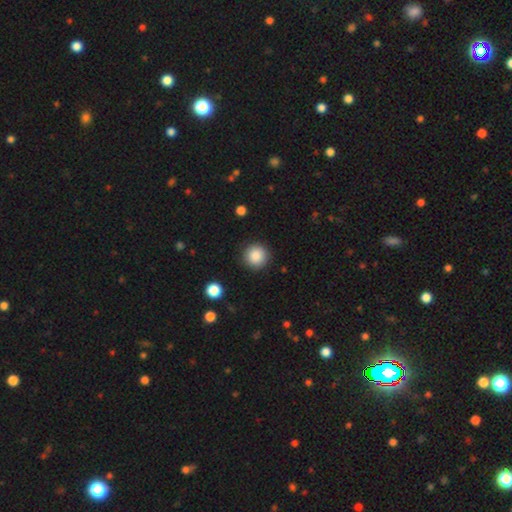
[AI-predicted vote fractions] This appears to be a smooth galaxy with no disk features (87%) that is round (95%). Merging: none (90%).